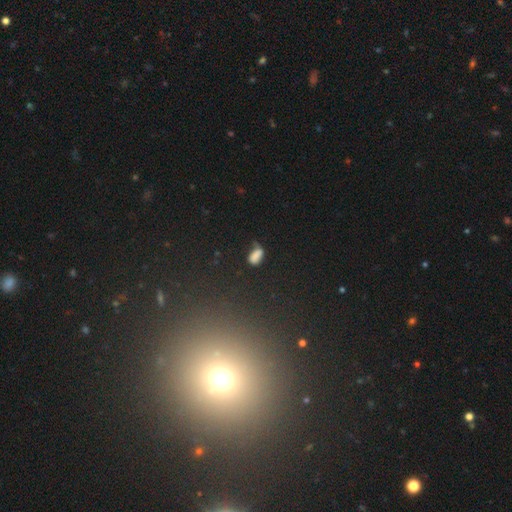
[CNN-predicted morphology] A smooth galaxy with no disk features (72%) that is in between round and cigar-shaped (86%).

Vote fractions:
- Smooth or featured? smooth: 72% / star or artifact: 15% / featured or disk: 13%
- How rounded? in between: 86% / round: 8% / cigar-shaped: 6%
- Merging? none: 39% / minor disturbance: 32% / major disturbance: 19% / merger: 9%